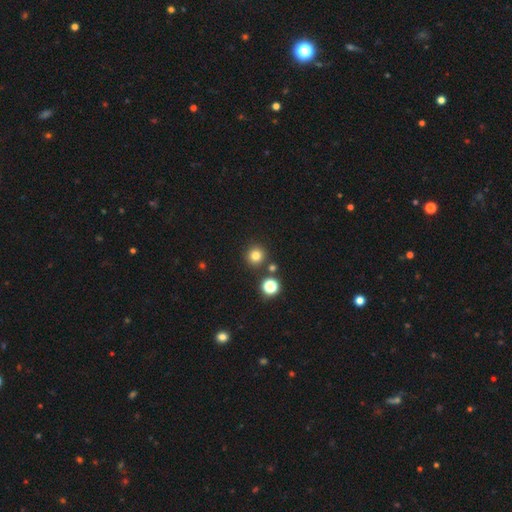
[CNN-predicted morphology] This is likely a smooth galaxy (78%). How rounded: clearly round (94%). Merging: clearly none (85%).